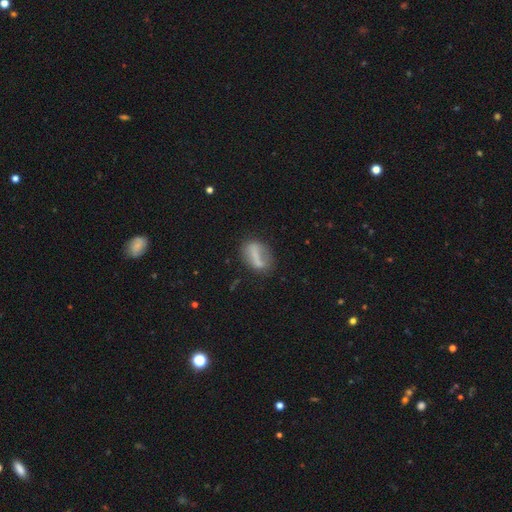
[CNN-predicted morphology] Smooth or featured: smooth — 60% (featured or disk — 30%)
How rounded: in between — 67% (round — 19%)
Merging: none — 55% (minor disturbance — 24%)